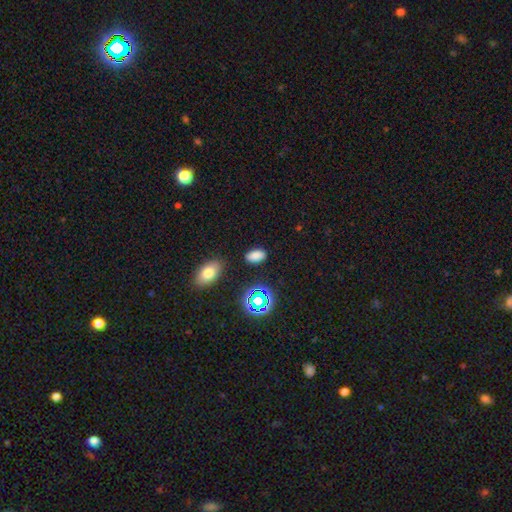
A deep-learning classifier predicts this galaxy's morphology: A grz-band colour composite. It shows a smooth galaxy with no disk features (77%) that is in between round and cigar-shaped (91%). Merging: none (85%).